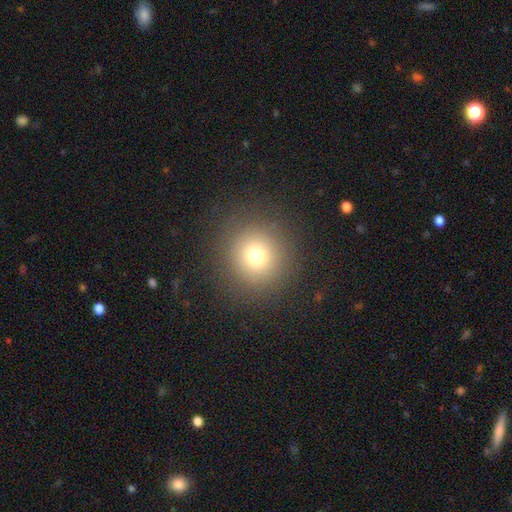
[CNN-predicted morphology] Smooth or featured? smooth (73%)
How rounded? round (94%)
Merging? none (89%)